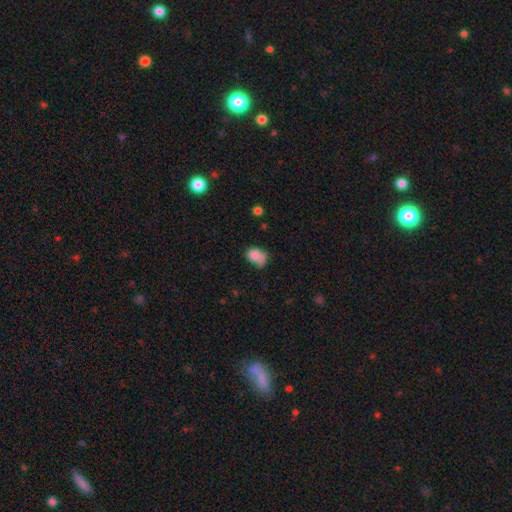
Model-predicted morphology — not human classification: Smooth or featured?
  - smooth: 79% *
  - featured or disk: 11%
  - star or artifact: 10%
How rounded?
  - in between: 65% *
  - round: 34%
  - cigar-shaped: 1%
Merging?
  - none: 36% *
  - minor disturbance: 31%
  - merger: 17%
  - major disturbance: 16%